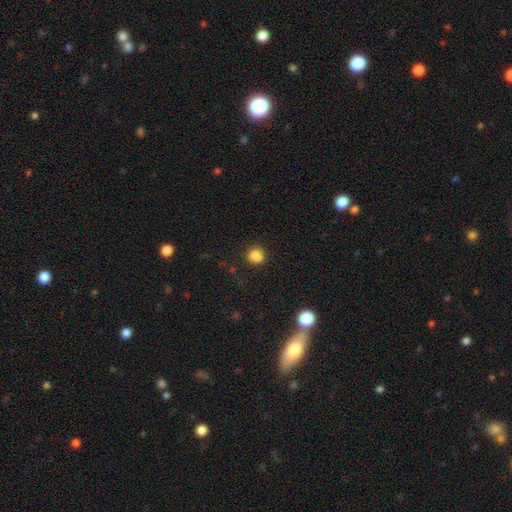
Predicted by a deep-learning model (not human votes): The model was most divided on "merging": none: 82%, minor disturbance: 12%, major disturbance: 4%, merger: 2%. More confident: smooth or featured — smooth (85%); how rounded — round (85%).